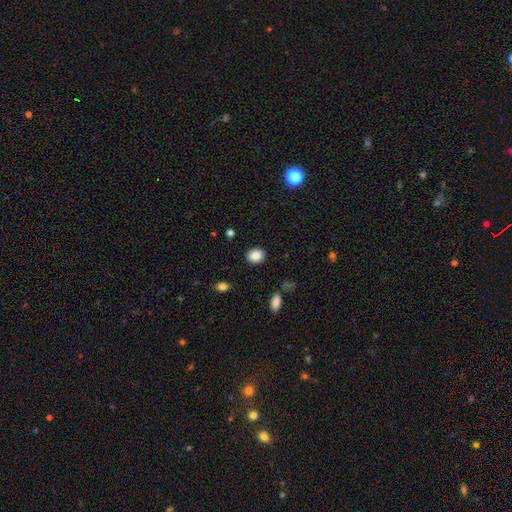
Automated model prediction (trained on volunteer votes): This appears to be a smooth galaxy with no disk features (86%) that is round (52%). Merging: none (89%).